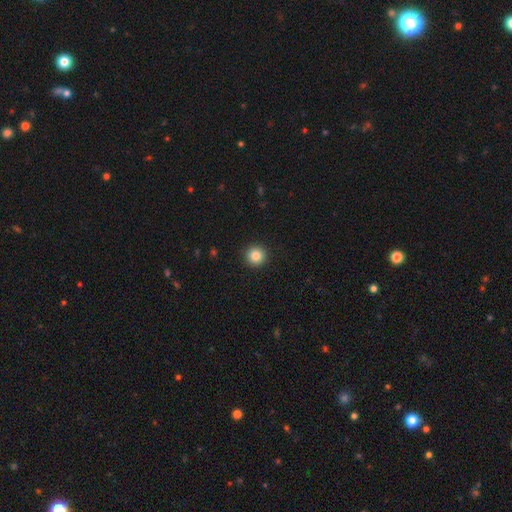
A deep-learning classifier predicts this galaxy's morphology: Smooth or featured?
  - smooth: 85% *
  - star or artifact: 10%
  - featured or disk: 5%
How rounded?
  - round: 95% *
  - in between: 4%
  - cigar-shaped: 1%
Merging?
  - none: 93% *
  - minor disturbance: 4%
  - major disturbance: 2%
  - merger: 1%